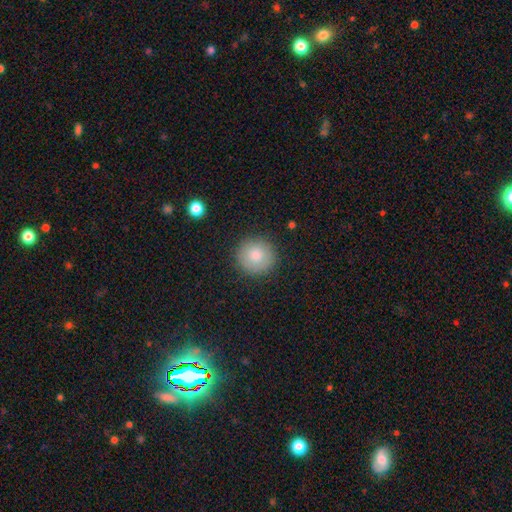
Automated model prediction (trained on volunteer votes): smooth_or_featured: smooth (p=0.81) [alt: featured or disk p=0.11]
how_rounded: round (p=0.94) [alt: in between p=0.05]
merging: none (p=0.88) [alt: minor disturbance p=0.08]